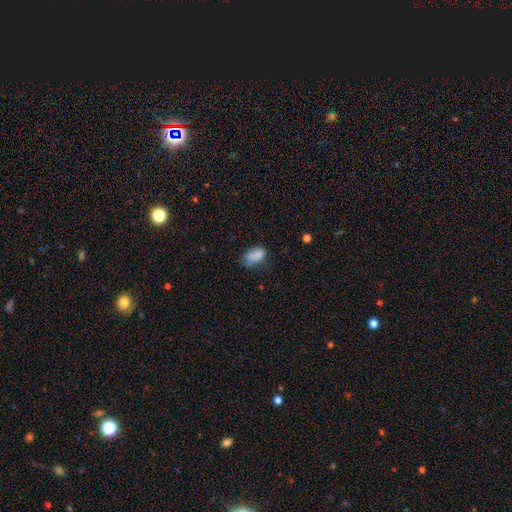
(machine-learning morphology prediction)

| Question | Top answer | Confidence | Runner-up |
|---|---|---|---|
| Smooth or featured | smooth | 81% | star or artifact (10%) |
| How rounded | in between | 90% | round (8%) |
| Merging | none | 45% | minor disturbance (37%) |